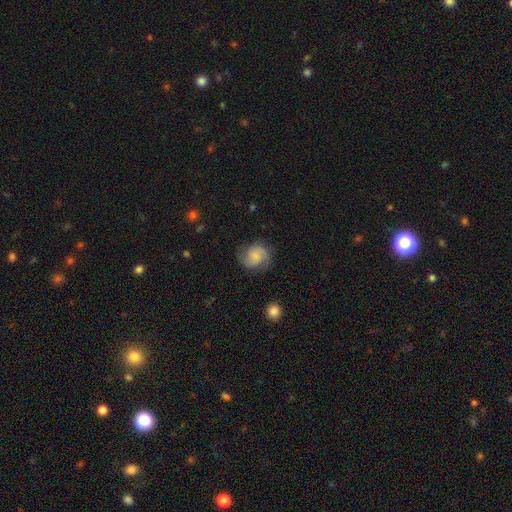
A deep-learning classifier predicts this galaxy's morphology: The model was most divided on "smooth or featured": featured or disk: 51%, smooth: 40%, star or artifact: 9%. More confident: edge-on disk — no (98%); merging — none (74%).